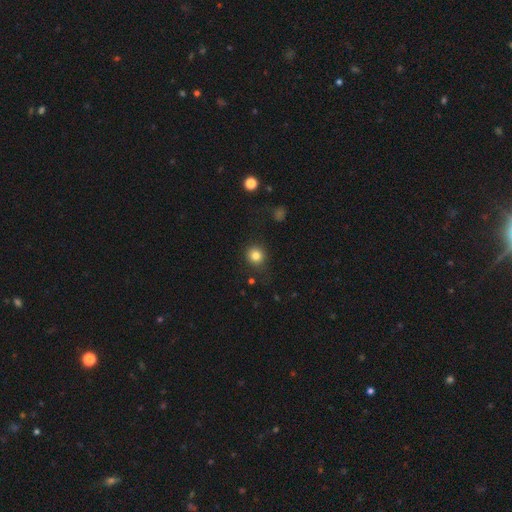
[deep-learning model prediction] This is clearly a smooth galaxy (82%). How rounded: clearly round (89%). Merging: clearly none (84%).